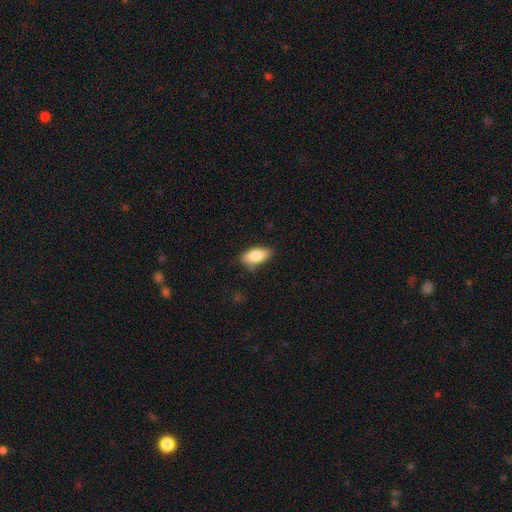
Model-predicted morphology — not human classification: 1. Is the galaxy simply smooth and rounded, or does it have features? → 82% smooth, 12% featured or disk, 7% star or artifact.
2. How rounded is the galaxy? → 90% in between, 6% cigar-shaped, 4% round.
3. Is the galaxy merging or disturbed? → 69% none, 23% minor disturbance, 5% major disturbance, 2% merger.